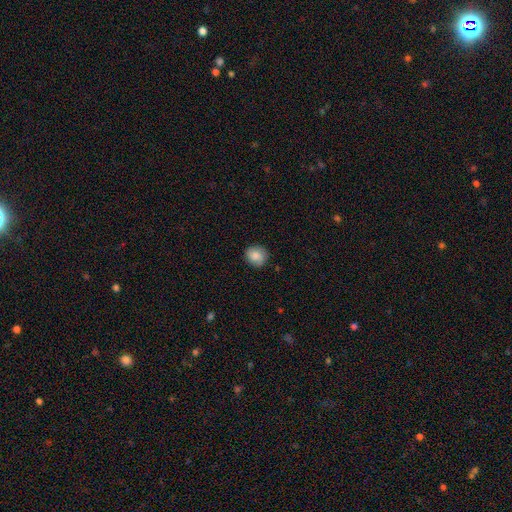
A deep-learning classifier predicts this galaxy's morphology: Smooth or featured?
  - smooth: 81% *
  - featured or disk: 11%
  - star or artifact: 8%
How rounded?
  - round: 85% *
  - in between: 14%
  - cigar-shaped: 1%
Merging?
  - none: 84% *
  - minor disturbance: 12%
  - major disturbance: 3%
  - merger: 1%